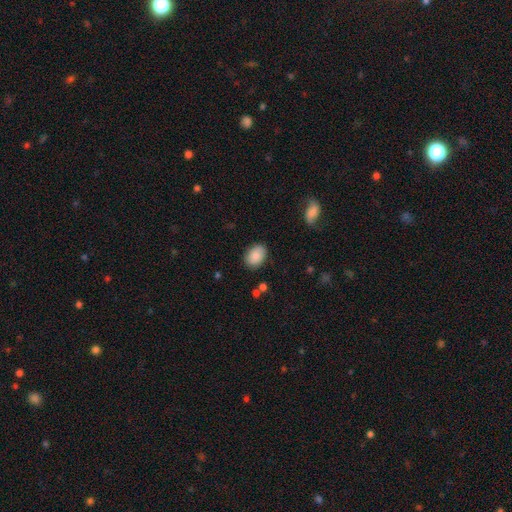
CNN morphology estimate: A smooth galaxy with no disk features (87%) that is in between round and cigar-shaped (81%).

Vote fractions:
- Smooth or featured? smooth: 87% / star or artifact: 7% / featured or disk: 6%
- How rounded? in between: 81% / round: 18% / cigar-shaped: 1%
- Merging? none: 86% / minor disturbance: 10% / major disturbance: 3% / merger: 2%